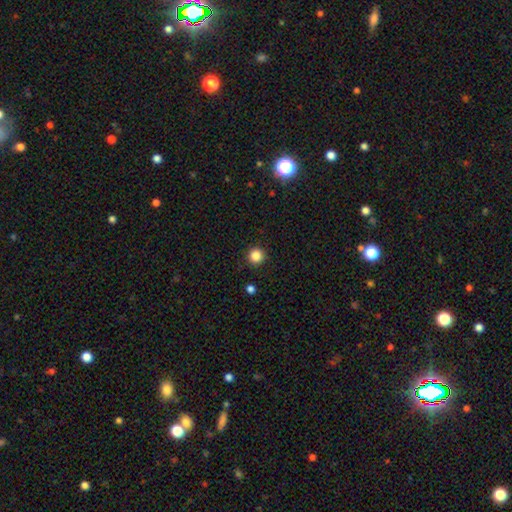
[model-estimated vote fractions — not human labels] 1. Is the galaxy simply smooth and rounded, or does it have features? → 86% smooth, 11% star or artifact, 3% featured or disk.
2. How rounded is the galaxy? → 95% round, 4% in between, 1% cigar-shaped.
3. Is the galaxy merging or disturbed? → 92% none, 5% minor disturbance, 2% major disturbance, 1% merger.